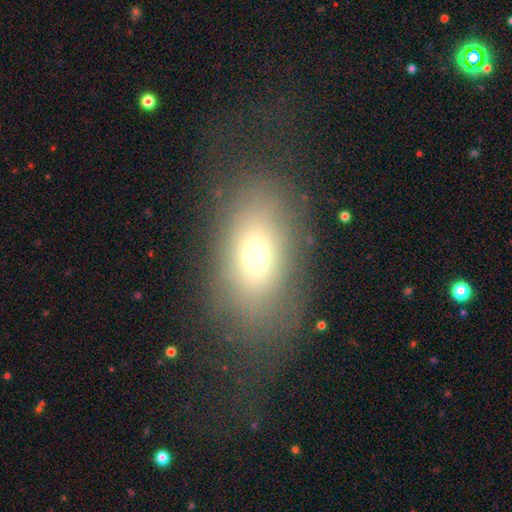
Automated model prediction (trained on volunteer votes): Q: Smooth or featured?
A: smooth (66%); runner-up: featured or disk (19%)
Q: How rounded?
A: in between (81%); runner-up: round (16%)
Q: Merging?
A: none (64%); runner-up: major disturbance (18%)